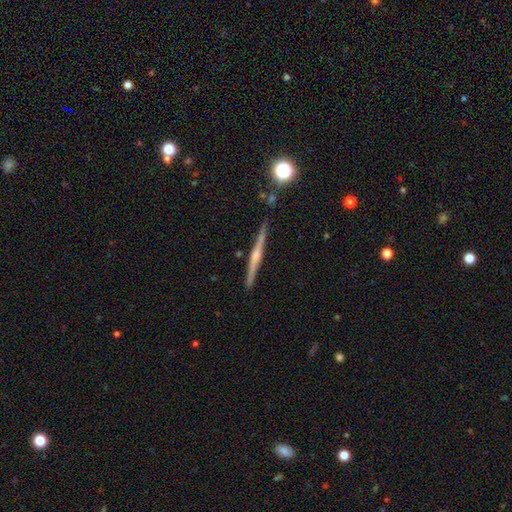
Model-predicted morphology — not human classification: Smooth or featured? featured or disk (71%)
Edge-on disk? yes (96%)
Edge-on bulge? rounded (62%)
Merging? none (85%)